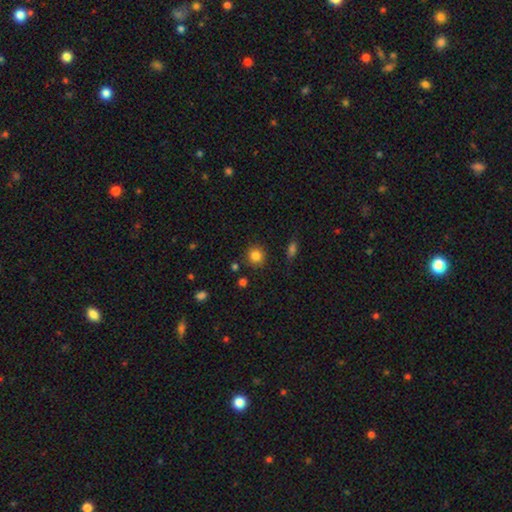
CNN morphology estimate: smooth 84%, star or artifact 11%, featured or disk 5%. Down the decision tree: how rounded — round (90%); merging — none (86%).